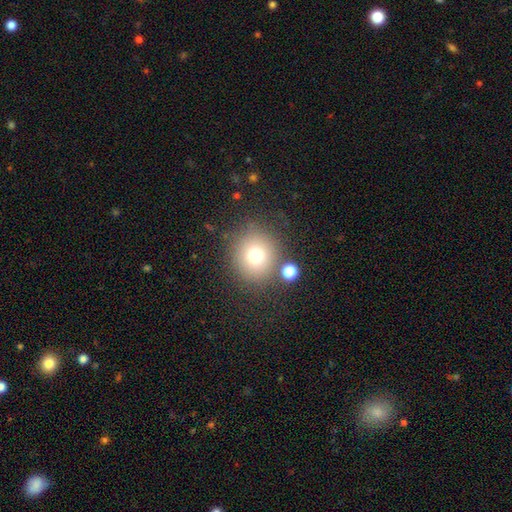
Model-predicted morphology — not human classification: A smooth galaxy with no disk features (74%) that is round (88%).

Vote fractions:
- Smooth or featured? smooth: 74% / star or artifact: 15% / featured or disk: 12%
- How rounded? round: 88% / in between: 11% / cigar-shaped: 1%
- Merging? none: 79% / minor disturbance: 9% / merger: 8% / major disturbance: 4%